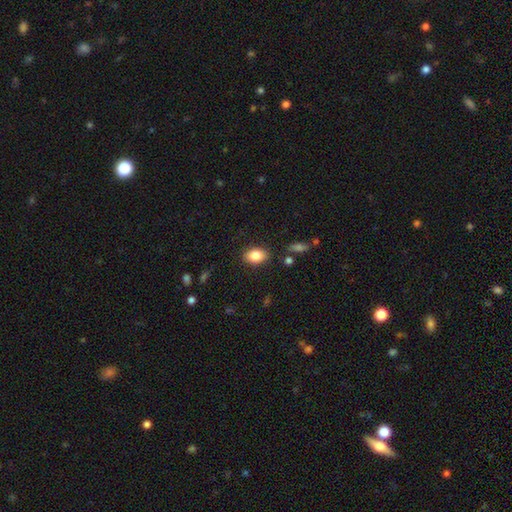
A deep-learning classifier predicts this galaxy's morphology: The model was most divided on "how rounded": in between: 84%, round: 15%, cigar-shaped: 1%. More confident: merging — none (86%); smooth or featured — smooth (85%).